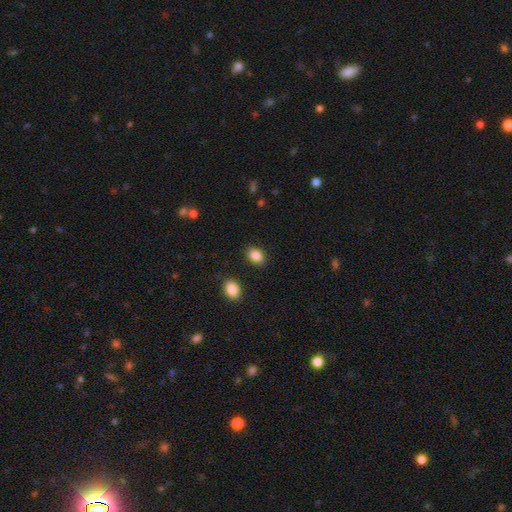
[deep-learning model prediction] Smooth or featured? Predicted: smooth (p=0.86). How rounded? Predicted: in between (p=0.75). Merging? Predicted: none (p=0.87).